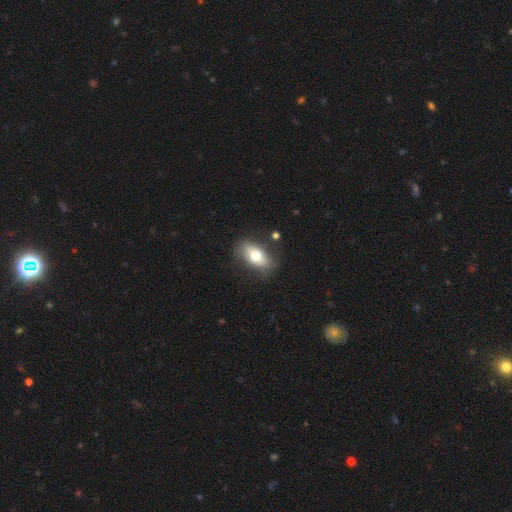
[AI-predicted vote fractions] Smooth or featured: smooth — 65% (featured or disk — 28%)
How rounded: in between — 86% (round — 9%)
Merging: none — 79% (minor disturbance — 14%)